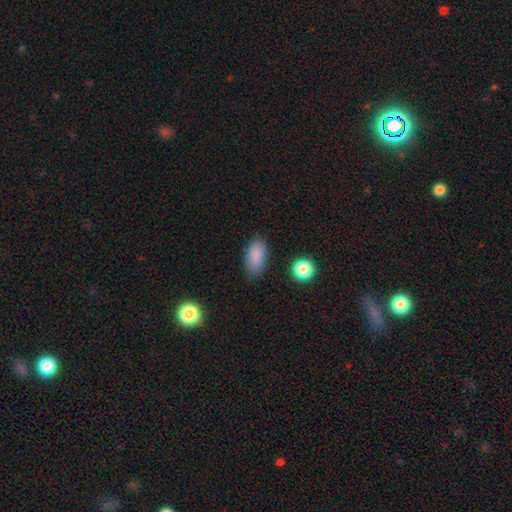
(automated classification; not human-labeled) Overall: smooth (87%). How rounded: in between (92%). Merging: none (82%).